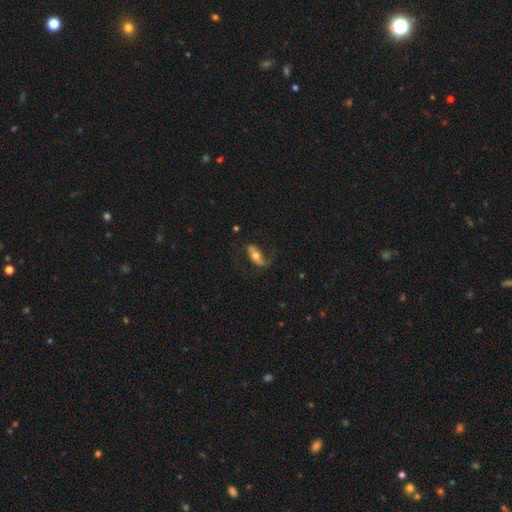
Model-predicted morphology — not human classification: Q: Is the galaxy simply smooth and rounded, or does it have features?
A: featured or disk — 65%.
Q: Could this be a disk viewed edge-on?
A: no — 81%.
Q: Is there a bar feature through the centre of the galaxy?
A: no — 41%.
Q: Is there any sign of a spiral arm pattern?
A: yes — 83%.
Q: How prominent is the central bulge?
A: moderate — 68%.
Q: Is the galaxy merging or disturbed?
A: none — 63%.